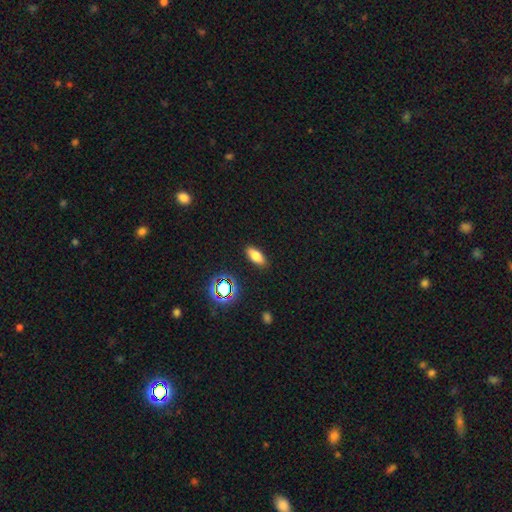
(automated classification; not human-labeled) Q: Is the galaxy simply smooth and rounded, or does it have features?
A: smooth — 74%.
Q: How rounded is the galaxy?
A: in between — 80%.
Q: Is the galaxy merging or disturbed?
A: none — 88%.